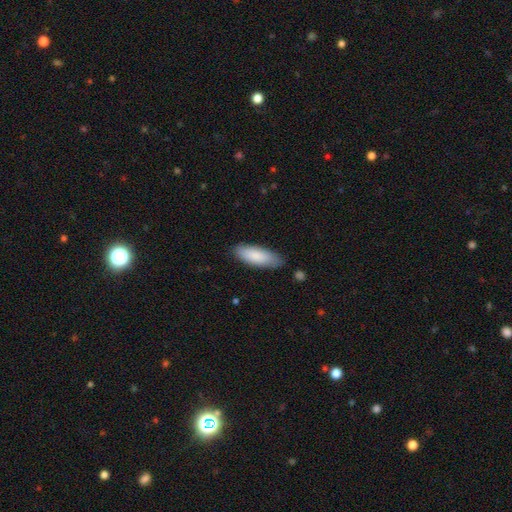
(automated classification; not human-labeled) Smooth or featured? Predicted: smooth (p=0.86). How rounded? Predicted: in between (p=0.59). Merging? Predicted: none (p=0.82).